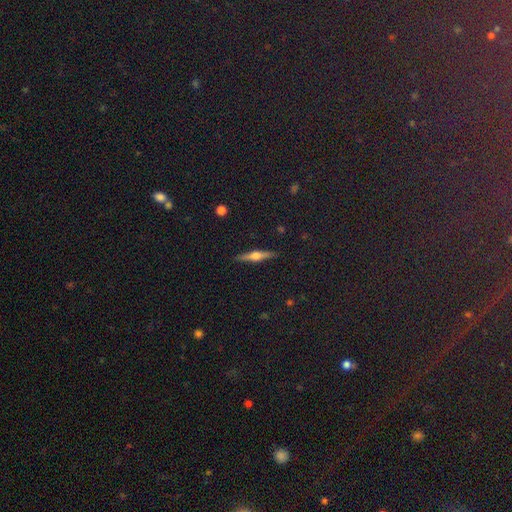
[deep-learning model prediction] Smooth or featured: featured or disk — 69% (smooth — 24%)
Edge-on disk: yes — 98% (no — 2%)
Edge-on bulge: rounded — 90% (boxy — 7%)
Merging: none — 91% (minor disturbance — 6%)